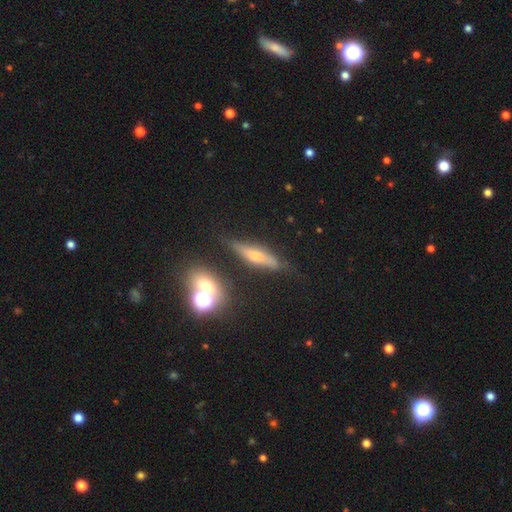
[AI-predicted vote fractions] A featured or disk galaxy (56%) viewed edge-on (89%) with a rounded central bulge (85%). Merging: none (77%).